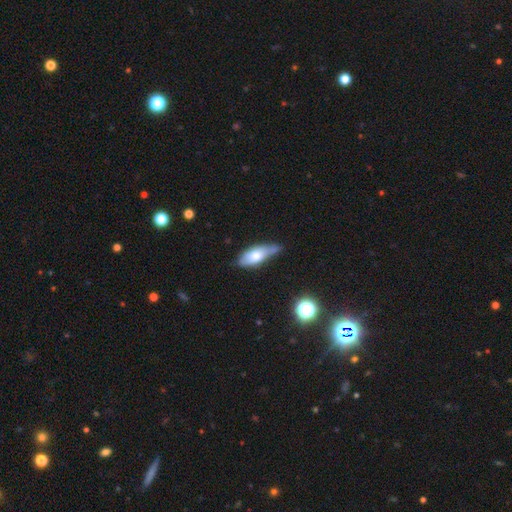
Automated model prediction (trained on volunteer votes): Smooth or featured? smooth (63%)
How rounded? in between (71%)
Merging? none (46%)